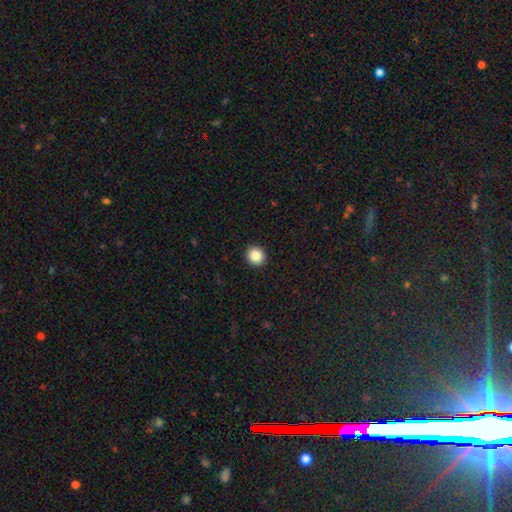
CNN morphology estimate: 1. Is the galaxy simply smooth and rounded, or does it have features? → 87% smooth, 9% star or artifact, 4% featured or disk.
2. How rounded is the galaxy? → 82% round, 17% in between, 1% cigar-shaped.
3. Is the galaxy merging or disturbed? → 92% none, 5% minor disturbance, 2% major disturbance, 1% merger.